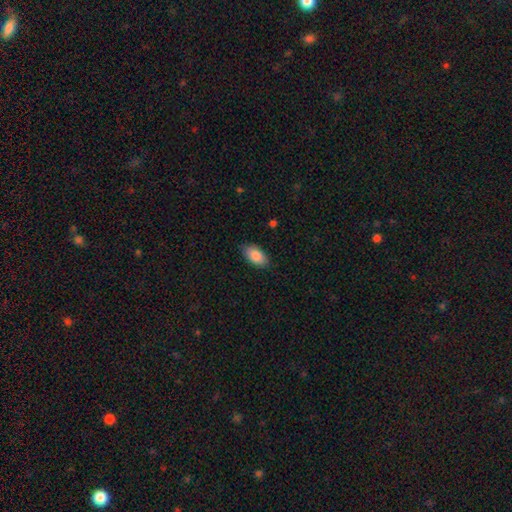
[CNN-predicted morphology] smooth_or_featured: smooth (p=0.89) [alt: star or artifact p=0.06]
how_rounded: in between (p=0.94) [alt: cigar-shaped p=0.03]
merging: none (p=0.84) [alt: minor disturbance p=0.12]